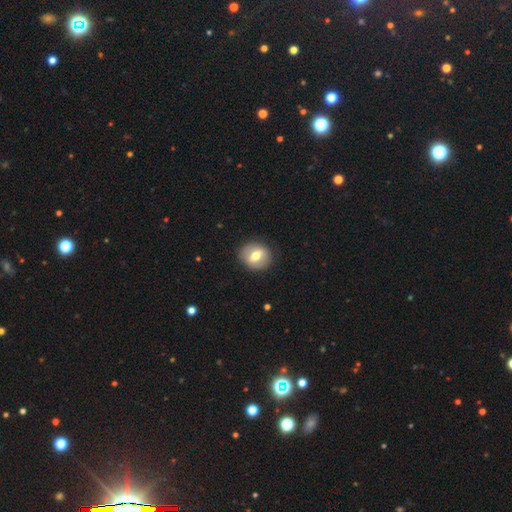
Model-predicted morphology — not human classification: Smooth or featured?
  - smooth: 57% *
  - featured or disk: 35%
  - star or artifact: 8%
How rounded?
  - round: 70% *
  - in between: 29%
  - cigar-shaped: 1%
Merging?
  - none: 88% *
  - minor disturbance: 8%
  - major disturbance: 3%
  - merger: 1%